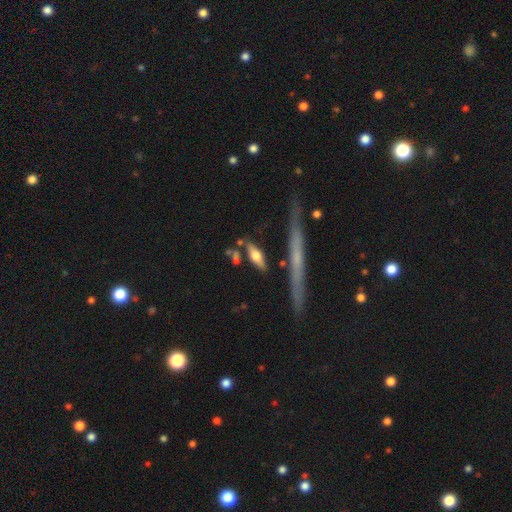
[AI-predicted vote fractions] smooth-or-featured: smooth: 50% | featured or disk: 43% | star or artifact: 7%
  merging: none: 70% | minor disturbance: 17% | merger: 8% | major disturbance: 5%